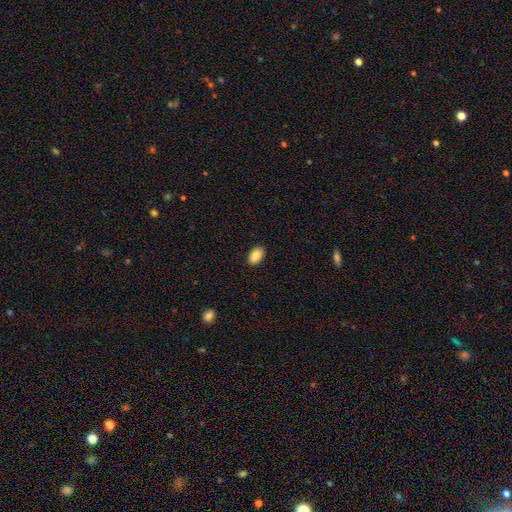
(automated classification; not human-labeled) Q: Smooth or featured?
A: smooth (89%); runner-up: star or artifact (7%)
Q: How rounded?
A: in between (93%); runner-up: round (6%)
Q: Merging?
A: none (89%); runner-up: minor disturbance (8%)